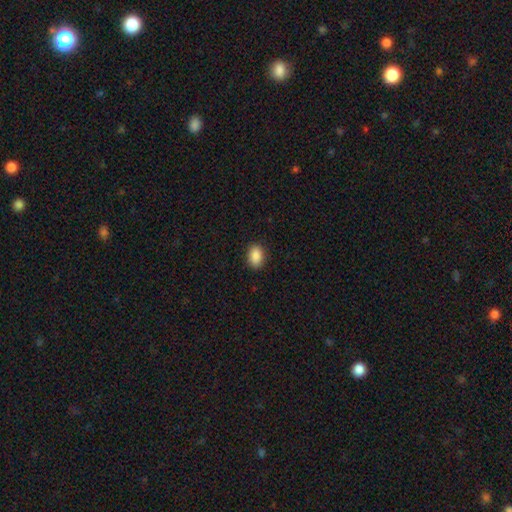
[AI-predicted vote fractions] Smooth or featured? Predicted: smooth (p=0.89). How rounded? Predicted: in between (p=0.84). Merging? Predicted: none (p=0.89).